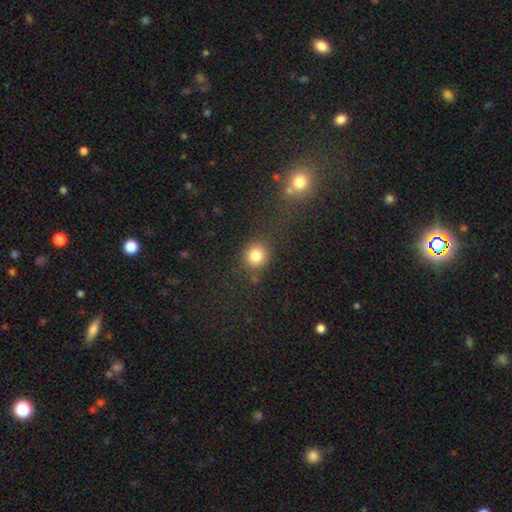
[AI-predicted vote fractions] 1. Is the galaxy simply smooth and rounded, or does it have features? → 82% smooth, 11% star or artifact, 6% featured or disk.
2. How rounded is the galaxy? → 85% round, 14% in between, 1% cigar-shaped.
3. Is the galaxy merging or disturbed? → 78% none, 11% minor disturbance, 6% merger, 5% major disturbance.